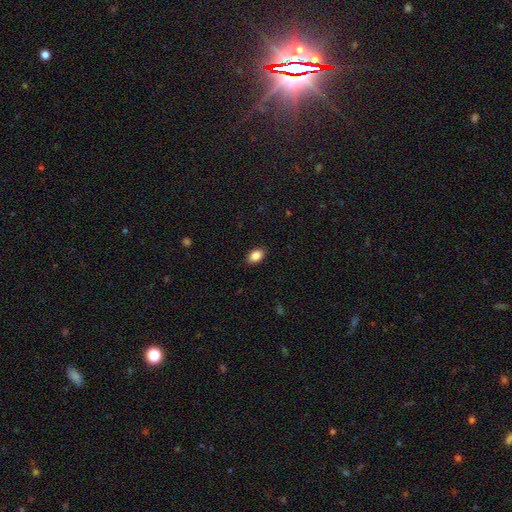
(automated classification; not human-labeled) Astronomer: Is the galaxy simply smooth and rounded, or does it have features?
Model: smooth — 88%.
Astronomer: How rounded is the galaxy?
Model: in between — 89%.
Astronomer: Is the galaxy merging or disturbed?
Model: none — 88%.